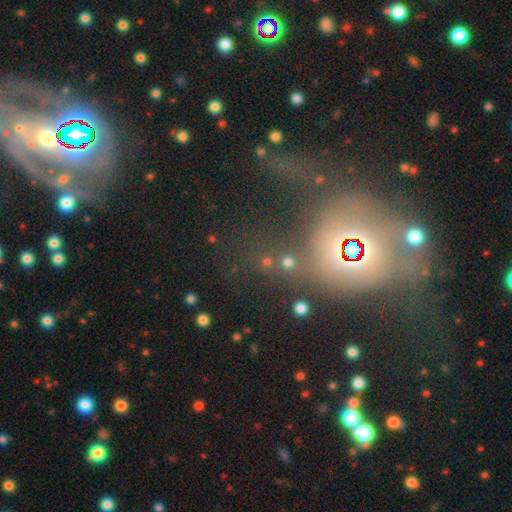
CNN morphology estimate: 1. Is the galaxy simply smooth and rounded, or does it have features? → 43% star or artifact, 36% featured or disk, 21% smooth.